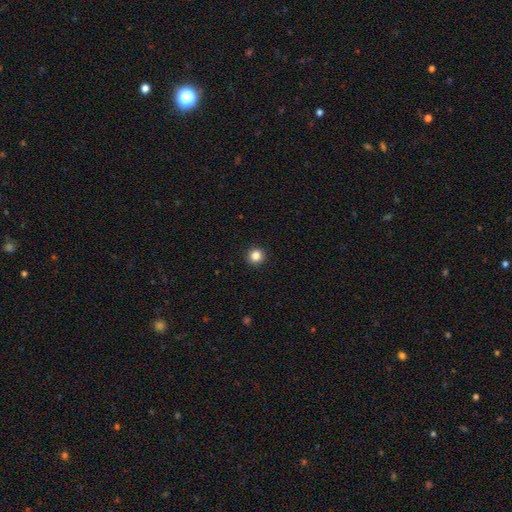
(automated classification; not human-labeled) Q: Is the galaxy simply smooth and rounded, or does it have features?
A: smooth — 85%.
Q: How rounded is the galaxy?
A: round — 93%.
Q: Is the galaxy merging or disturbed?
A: none — 93%.